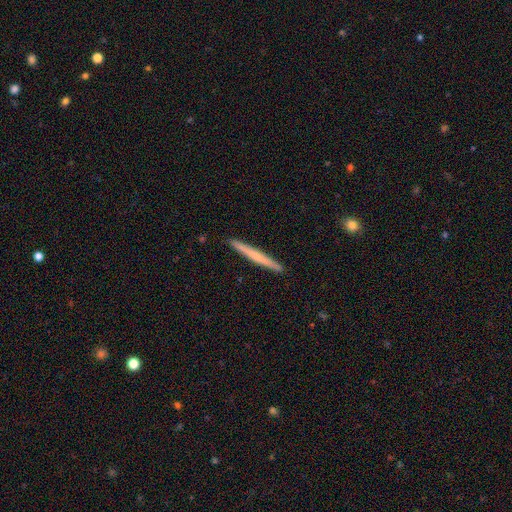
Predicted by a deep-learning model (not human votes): A smooth galaxy with no disk features (52%) that is cigar-shaped (97%).

Vote fractions:
- Smooth or featured? smooth: 52% / featured or disk: 43% / star or artifact: 5%
- How rounded? cigar-shaped: 97% / in between: 2% / round: 1%
- Merging? none: 93% / minor disturbance: 5% / major disturbance: 1% / merger: 1%